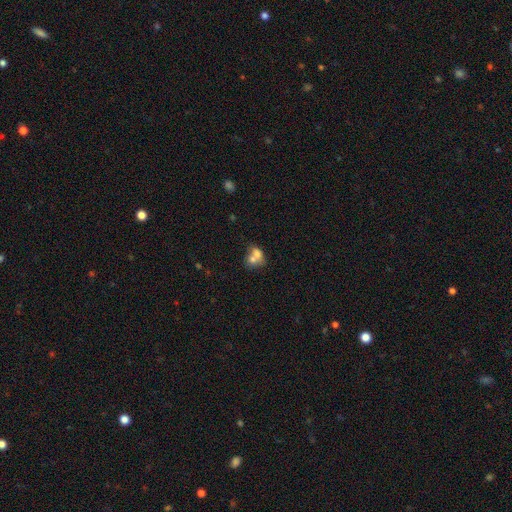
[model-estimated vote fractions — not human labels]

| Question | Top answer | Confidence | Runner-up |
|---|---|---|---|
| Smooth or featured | smooth | 69% | featured or disk (21%) |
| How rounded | round | 50% | in between (49%) |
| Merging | merger | 71% | none (19%) |